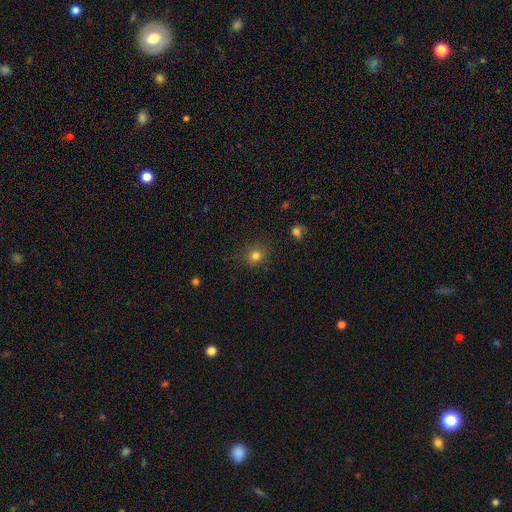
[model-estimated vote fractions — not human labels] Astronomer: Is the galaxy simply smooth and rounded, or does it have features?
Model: smooth — 78%.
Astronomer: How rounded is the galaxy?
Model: round — 87%.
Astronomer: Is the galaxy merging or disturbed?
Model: none — 84%.